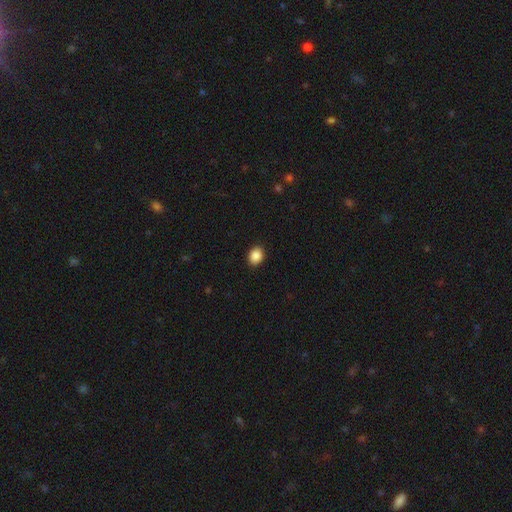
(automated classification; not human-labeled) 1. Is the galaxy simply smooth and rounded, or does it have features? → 88% smooth, 8% star or artifact, 3% featured or disk.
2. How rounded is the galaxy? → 56% in between, 43% round, 1% cigar-shaped.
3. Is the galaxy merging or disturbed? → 91% none, 6% minor disturbance, 2% major disturbance, 1% merger.